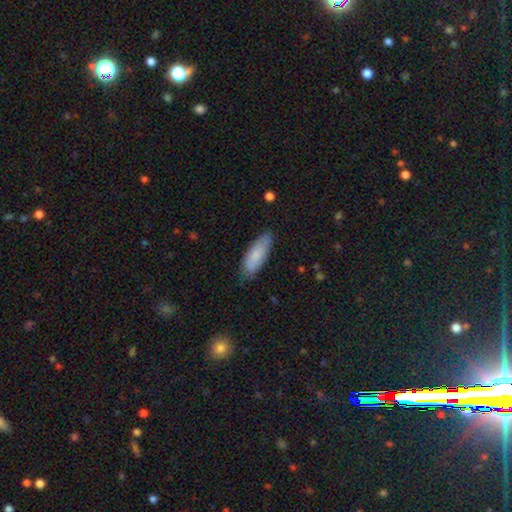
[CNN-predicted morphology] Smooth or featured? smooth (79%)
How rounded? in between (65%)
Merging? none (77%)